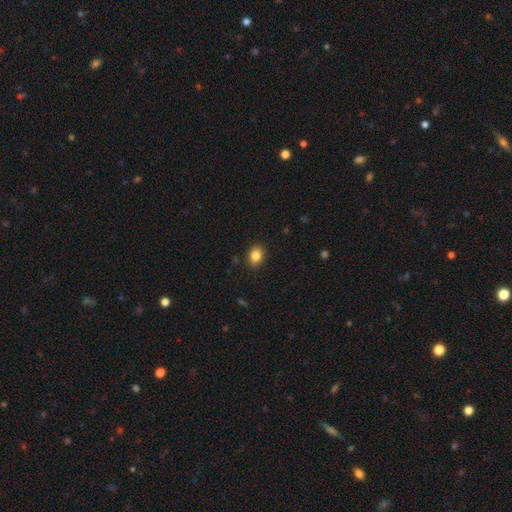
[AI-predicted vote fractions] smooth_or_featured: smooth (p=0.84) [alt: star or artifact p=0.10]
how_rounded: in between (p=0.53) [alt: round p=0.46]
merging: none (p=0.89) [alt: minor disturbance p=0.08]